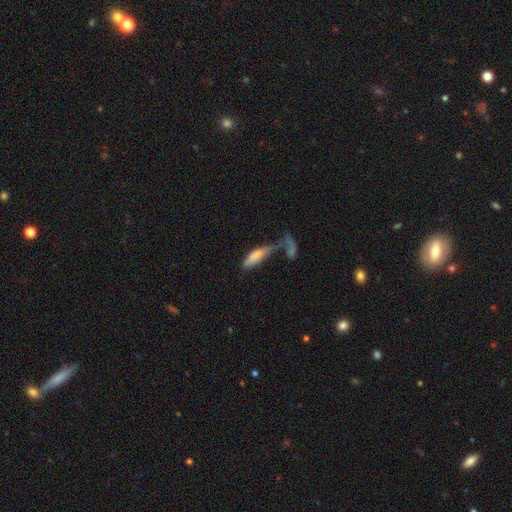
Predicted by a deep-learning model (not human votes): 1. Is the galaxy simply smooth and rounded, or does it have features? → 68% smooth, 24% featured or disk, 8% star or artifact.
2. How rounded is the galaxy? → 51% in between, 46% cigar-shaped, 3% round.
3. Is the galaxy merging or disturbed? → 41% merger, 29% major disturbance, 18% none, 12% minor disturbance.